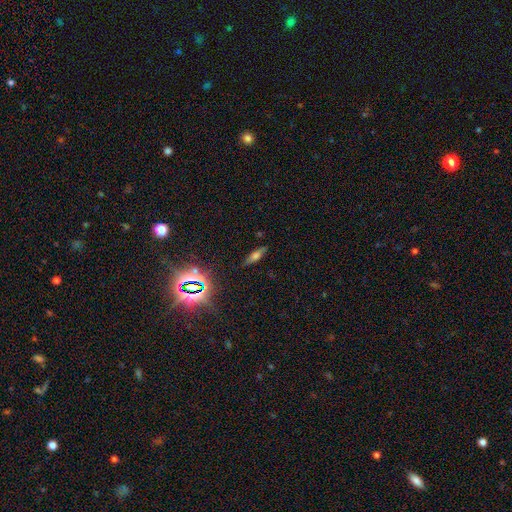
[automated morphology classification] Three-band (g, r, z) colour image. It shows a smooth galaxy with no disk features (46%). Merging: none (83%).